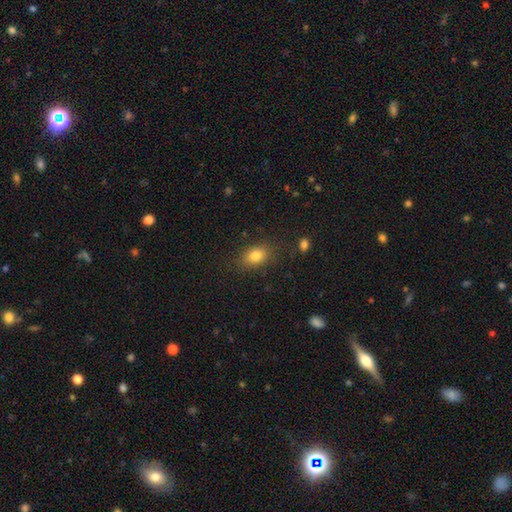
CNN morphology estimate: smooth_or_featured: smooth (p=0.81) [alt: star or artifact p=0.10]
how_rounded: in between (p=0.77) [alt: round p=0.21]
merging: none (p=0.82) [alt: minor disturbance p=0.12]